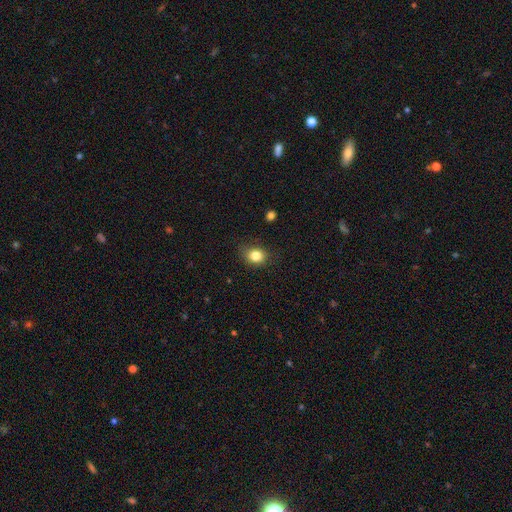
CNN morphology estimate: type=smooth (83%); roundness=round (61%); merging=none (77%).